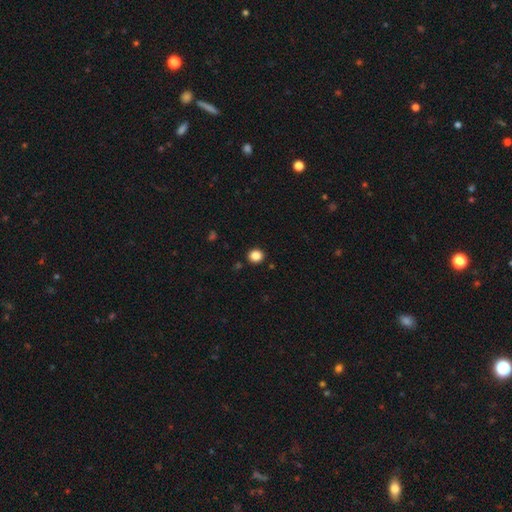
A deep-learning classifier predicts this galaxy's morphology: smooth 85%, star or artifact 11%, featured or disk 3%. Down the decision tree: how rounded — round (84%); merging — none (91%).